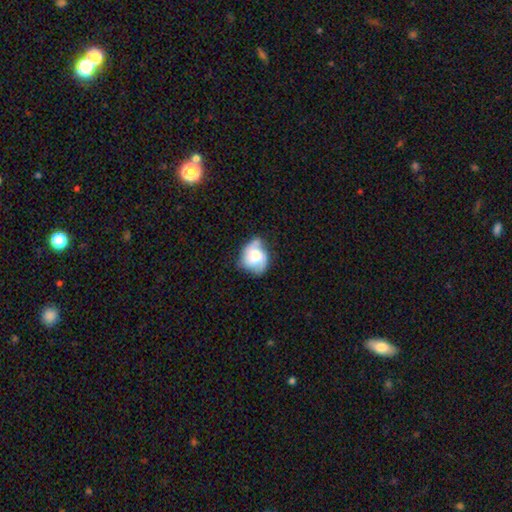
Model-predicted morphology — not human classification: Smooth or featured?
  - featured or disk: 47% *
  - smooth: 45%
  - star or artifact: 8%
Merging?
  - none: 45% *
  - minor disturbance: 34%
  - major disturbance: 15%
  - merger: 6%